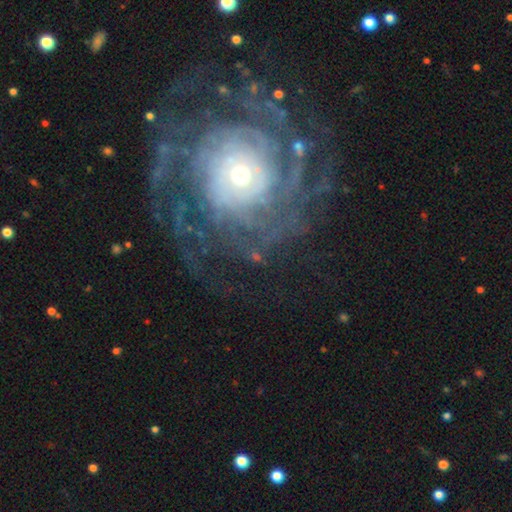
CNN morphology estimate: Overall: featured or disk (78%). Edge-on disk: no (96%). Bar: no (81%). Spiral arms: yes (86%). Spiral arm count: can't tell (39%; more than 4 19%). Spiral winding: tight (69%). Bulge size: small (51%; moderate 43%). Merging: none (64%).